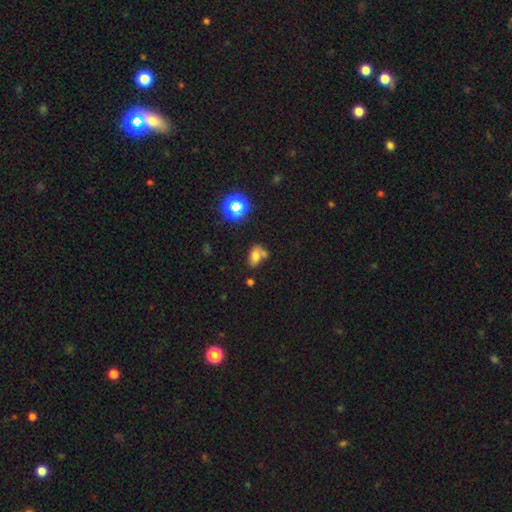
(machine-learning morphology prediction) Smooth or featured?
  - smooth: 65% *
  - star or artifact: 19%
  - featured or disk: 16%
How rounded?
  - in between: 81% *
  - round: 17%
  - cigar-shaped: 2%
Merging?
  - none: 42% *
  - merger: 31%
  - minor disturbance: 18%
  - major disturbance: 9%